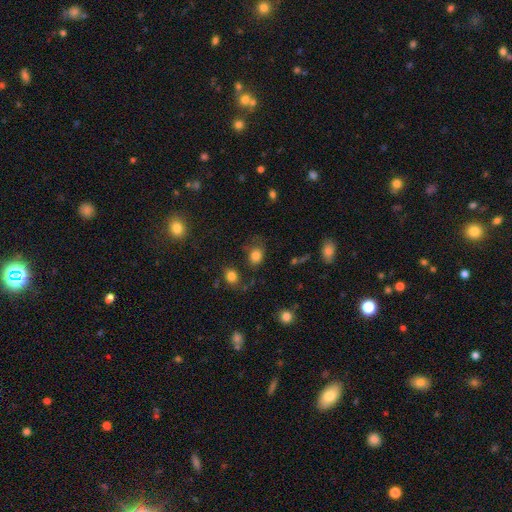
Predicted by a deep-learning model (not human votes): smooth-or-featured: smooth: 81% | star or artifact: 12% | featured or disk: 7%
  how-rounded: in between: 50% | round: 48% | cigar-shaped: 1%
  merging: none: 63% | minor disturbance: 22% | major disturbance: 11% | merger: 4%